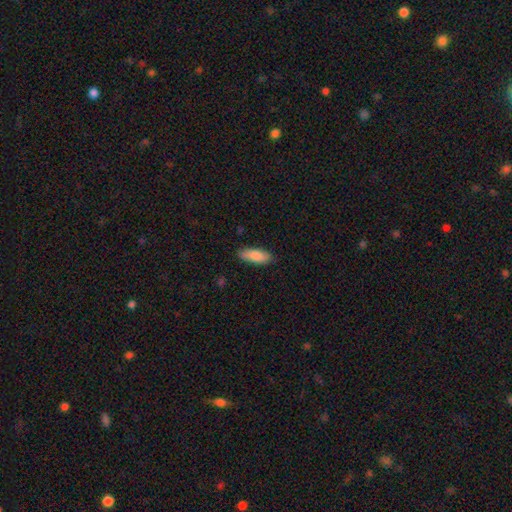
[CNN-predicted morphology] smooth 86%, featured or disk 8%, star or artifact 6%. Down the decision tree: how rounded — in between (74%); merging — none (85%).